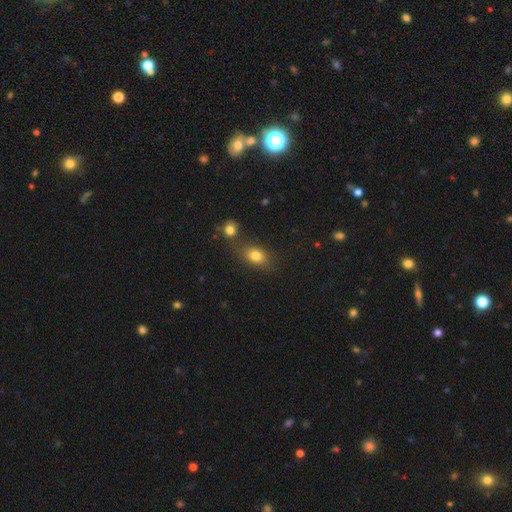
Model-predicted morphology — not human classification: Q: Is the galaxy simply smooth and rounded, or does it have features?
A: smooth — 79%.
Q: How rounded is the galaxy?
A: in between — 70%.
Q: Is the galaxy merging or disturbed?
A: none — 60%.